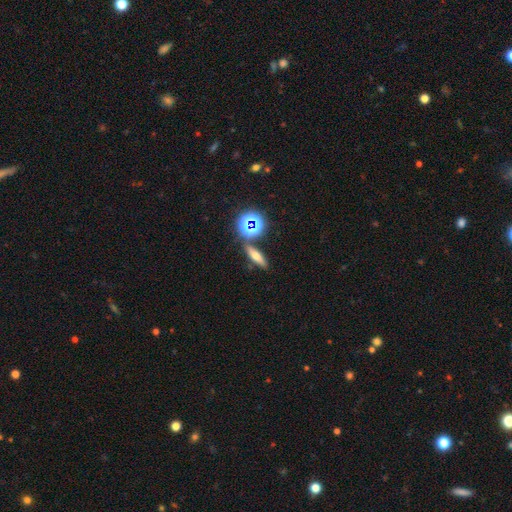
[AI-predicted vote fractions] Morphology: type=smooth (51%); roundness=cigar-shaped (53%); merging=none (78%).